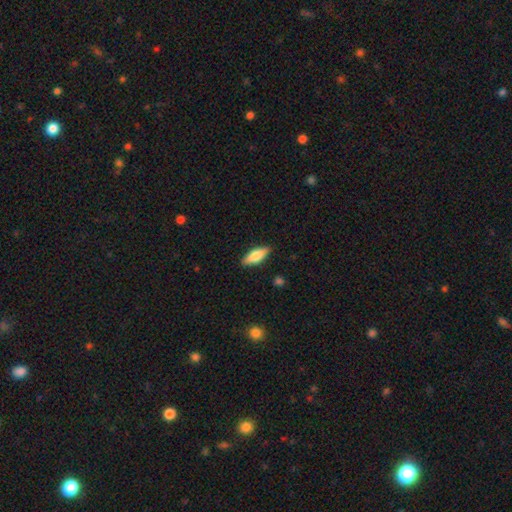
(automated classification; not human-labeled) Morphology: type=smooth (69%); roundness=in between (59%); merging=none (88%).